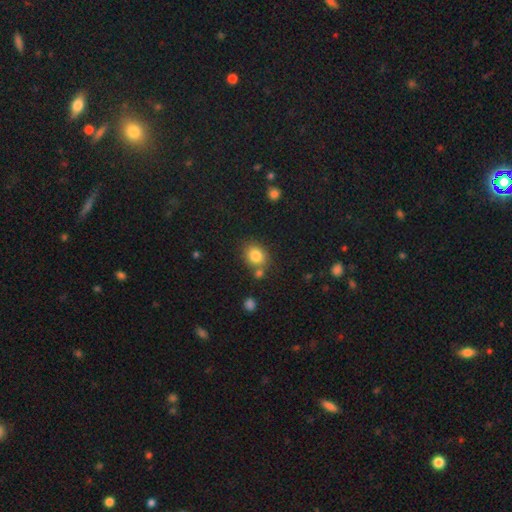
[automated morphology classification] Overall: smooth (83%). How rounded: round (63%; in between 36%). Merging: none (70%).